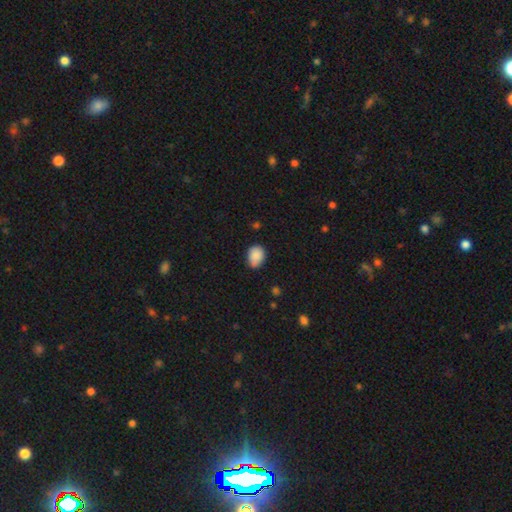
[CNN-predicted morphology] smooth 87%, star or artifact 8%, featured or disk 6%. Down the decision tree: how rounded — in between (65%); merging — none (66%).